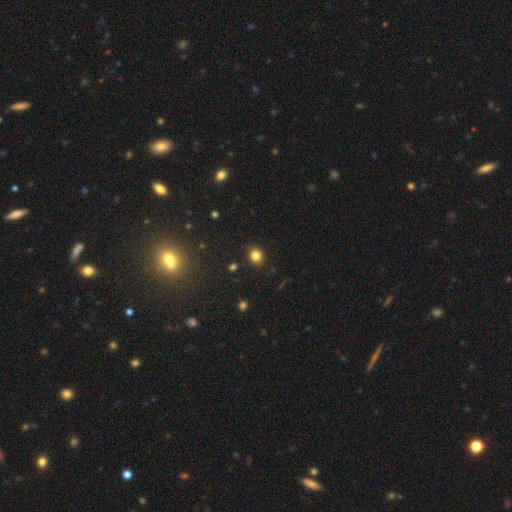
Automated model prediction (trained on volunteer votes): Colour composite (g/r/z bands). It shows a smooth galaxy with no disk features (81%) that is round (71%). Merging: none (89%).